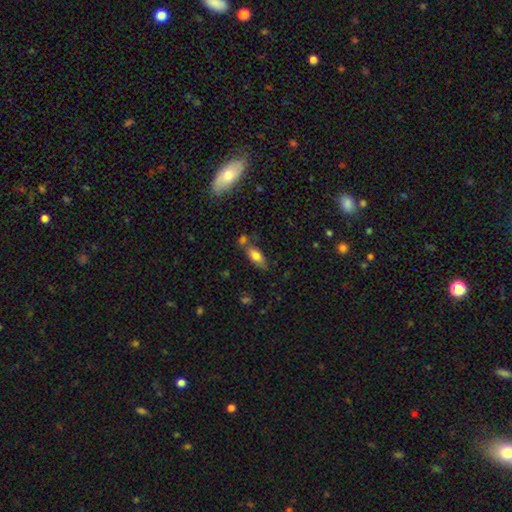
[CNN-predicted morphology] A smooth galaxy with no disk features (76%) that is in between round and cigar-shaped (81%). Merging: none (57%).